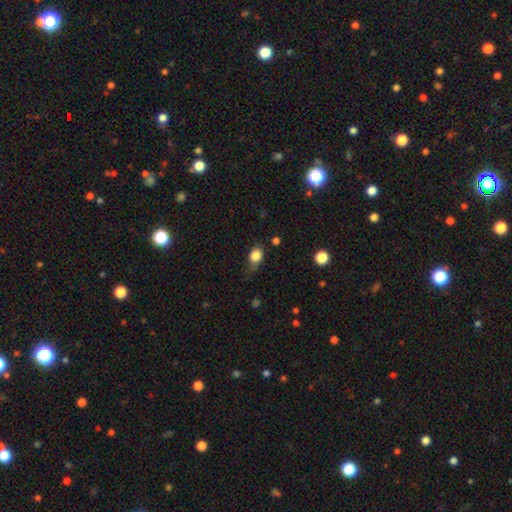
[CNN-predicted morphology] type=smooth (83%); roundness=in between (61%); merging=none (57%).